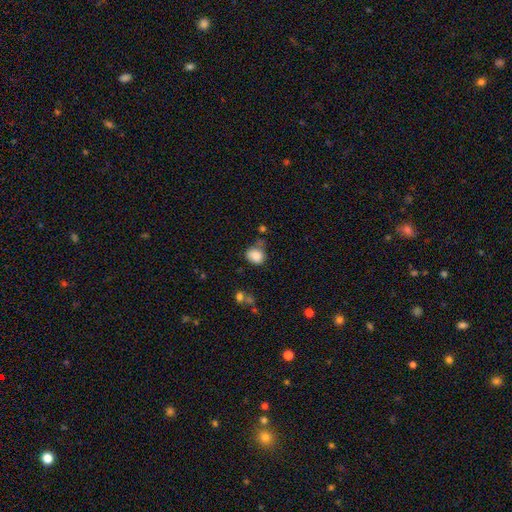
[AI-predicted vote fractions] Q: Smooth or featured?
A: smooth (84%); runner-up: star or artifact (9%)
Q: How rounded?
A: round (56%); runner-up: in between (43%)
Q: Merging?
A: none (53%); runner-up: minor disturbance (28%)